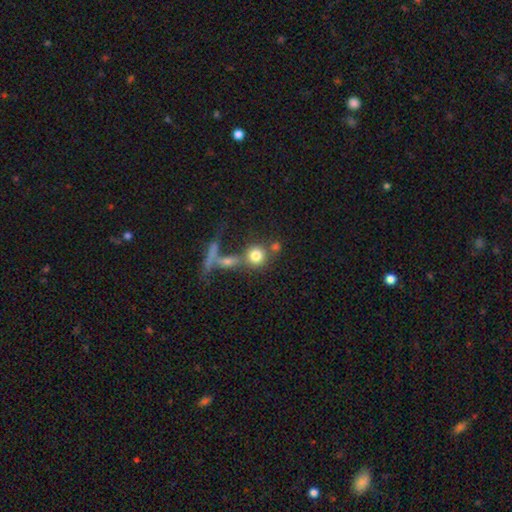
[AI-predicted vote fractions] This is likely a smooth galaxy (76%). How rounded: clearly round (89%). Merging: possibly none (53%).